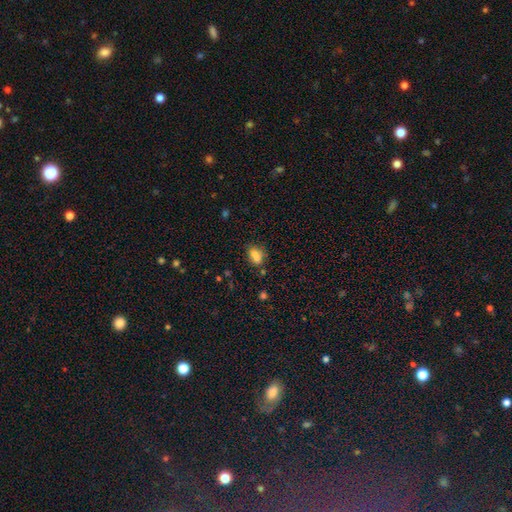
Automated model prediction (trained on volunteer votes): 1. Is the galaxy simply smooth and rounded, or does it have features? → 72% smooth, 16% star or artifact, 11% featured or disk.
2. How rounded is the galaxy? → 61% in between, 34% round, 5% cigar-shaped.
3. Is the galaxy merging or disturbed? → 55% none, 24% merger, 16% minor disturbance, 6% major disturbance.